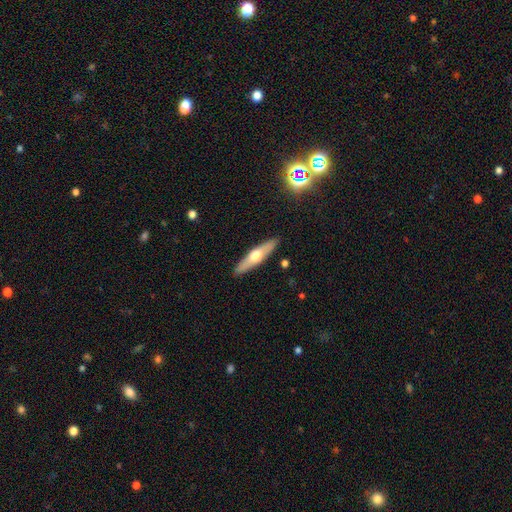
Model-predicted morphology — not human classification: This appears to be a featured or disk galaxy (53%) viewed edge-on (90%). Merging: none (90%).